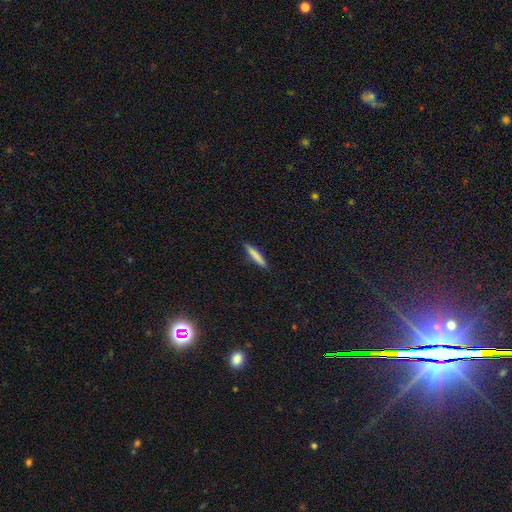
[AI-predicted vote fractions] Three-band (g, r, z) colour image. It shows a smooth galaxy with no disk features (80%) that is cigar-shaped (91%). Merging: none (89%).